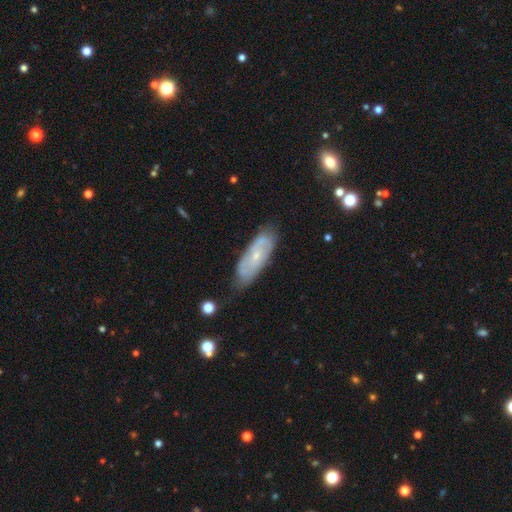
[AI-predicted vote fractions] smooth_or_featured: featured or disk (p=0.63) [alt: smooth p=0.30]
disk_edge_on: no (p=0.83) [alt: yes p=0.17]
bar: no (p=0.72) [alt: weak p=0.22]
has_spiral_arms: yes (p=0.64) [alt: no p=0.36]
bulge_size: small (p=0.73) [alt: moderate p=0.23]
merging: none (p=0.71) [alt: minor disturbance p=0.22]